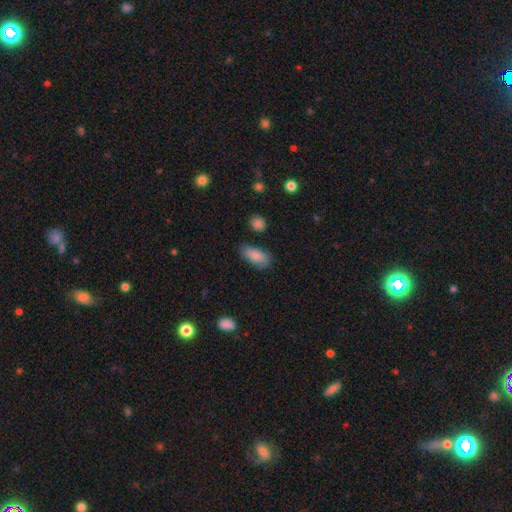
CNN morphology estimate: type=smooth (85%); roundness=in between (88%); merging=none (74%).